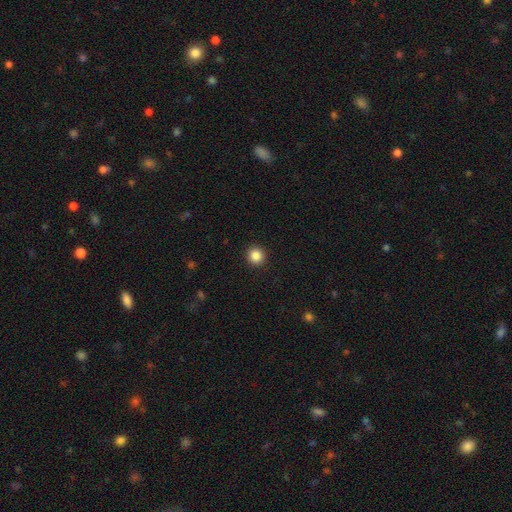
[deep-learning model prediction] The model was most divided on "smooth or featured": smooth: 86%, star or artifact: 10%, featured or disk: 3%. More confident: how rounded — round (95%); merging — none (93%).